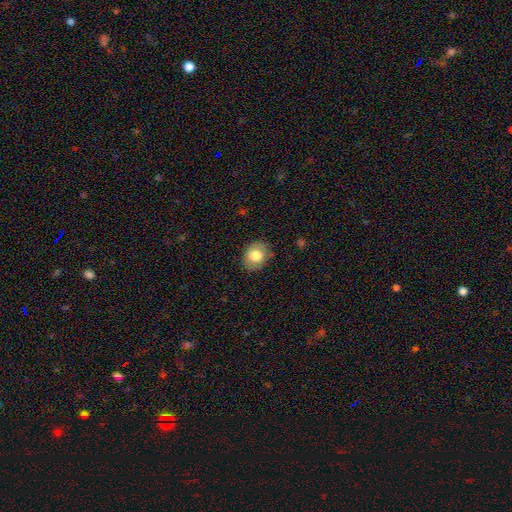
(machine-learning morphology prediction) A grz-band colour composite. It shows a smooth galaxy with no disk features (77%) that is in between round and cigar-shaped (50%, tied with round). Merging: none (82%).